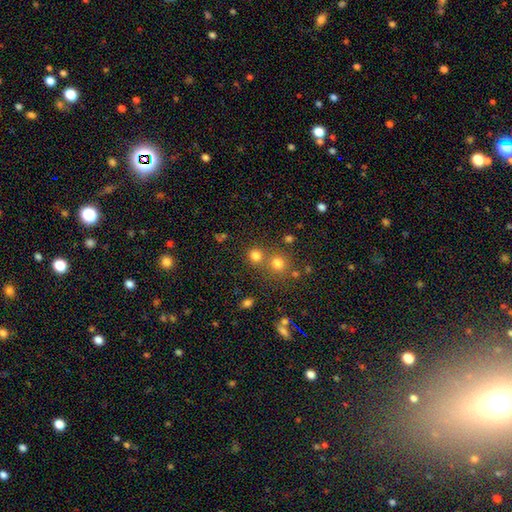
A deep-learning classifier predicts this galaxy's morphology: Q: Smooth or featured?
A: smooth (75%); runner-up: star or artifact (17%)
Q: How rounded?
A: round (88%); runner-up: in between (11%)
Q: Merging?
A: none (61%); runner-up: merger (29%)